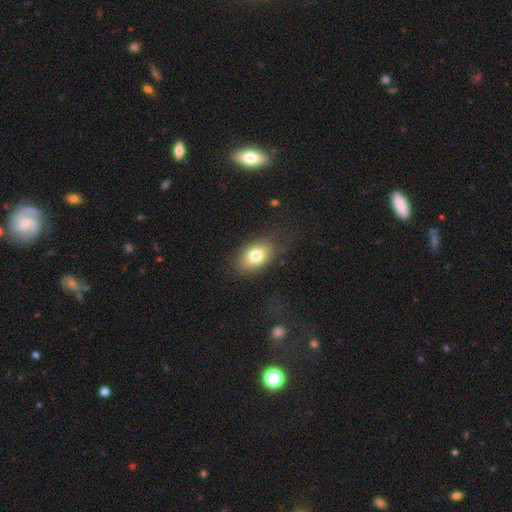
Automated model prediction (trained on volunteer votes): Q: Smooth or featured?
A: smooth (78%); runner-up: featured or disk (14%)
Q: How rounded?
A: in between (88%); runner-up: round (10%)
Q: Merging?
A: none (76%); runner-up: minor disturbance (15%)